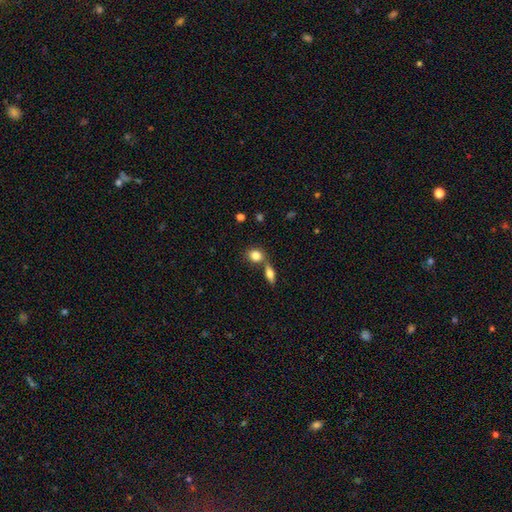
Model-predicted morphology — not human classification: Smooth or featured? smooth (82%)
How rounded? round (52%)
Merging? none (53%)